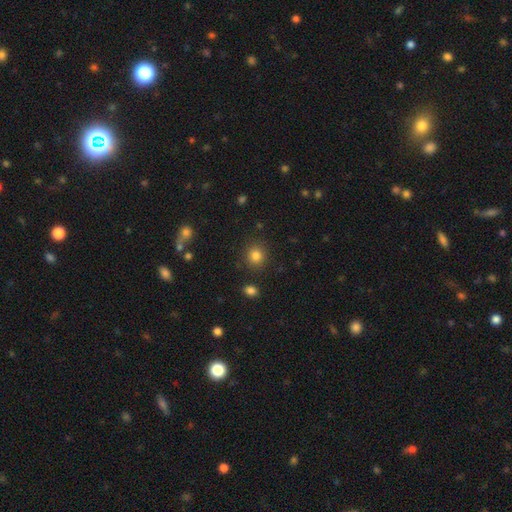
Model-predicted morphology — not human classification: Smooth or featured? smooth (83%)
How rounded? round (87%)
Merging? none (87%)